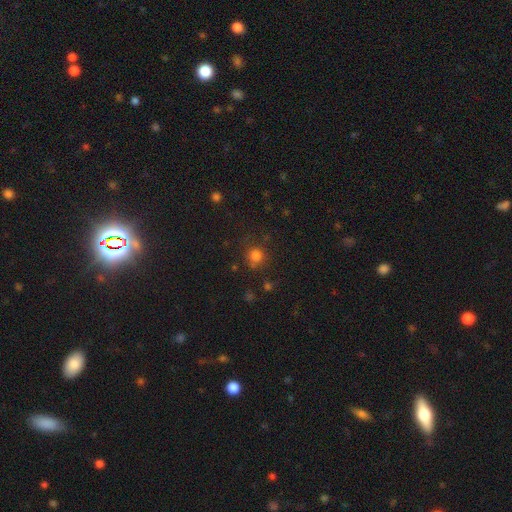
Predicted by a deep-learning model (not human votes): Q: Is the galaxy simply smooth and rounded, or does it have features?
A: smooth — 80%.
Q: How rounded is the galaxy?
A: round — 90%.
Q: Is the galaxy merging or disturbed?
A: none — 76%.